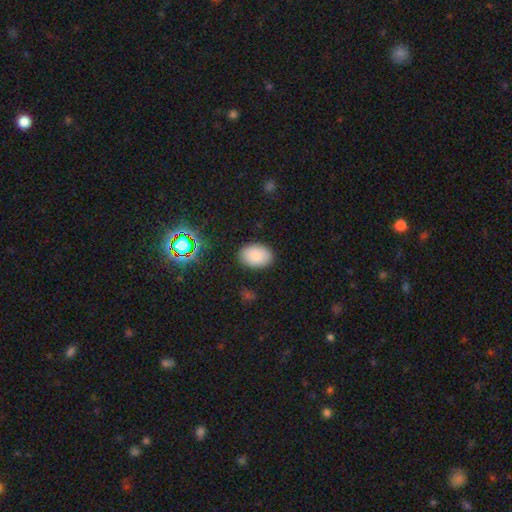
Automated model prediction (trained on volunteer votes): This appears to be a smooth galaxy with no disk features (85%) that is in between round and cigar-shaped (83%). Merging: none (87%).